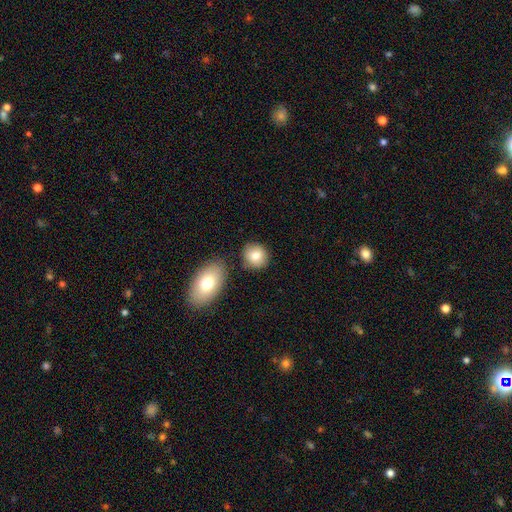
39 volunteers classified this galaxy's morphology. type=smooth (77%); roundness=round (83%); merging=none (69%).